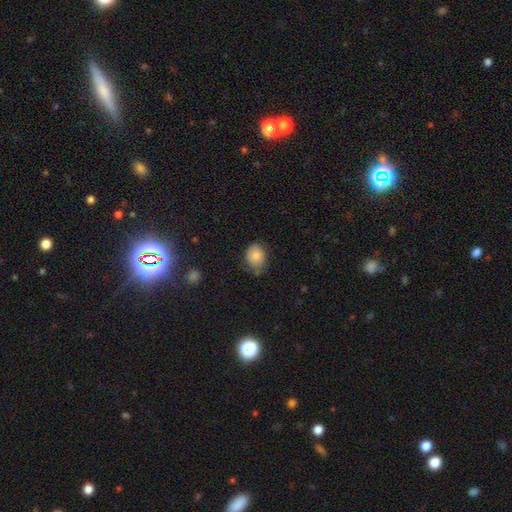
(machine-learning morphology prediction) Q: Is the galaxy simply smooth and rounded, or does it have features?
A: smooth — 83%.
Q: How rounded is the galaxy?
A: in between — 54%.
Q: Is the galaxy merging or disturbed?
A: none — 66%.